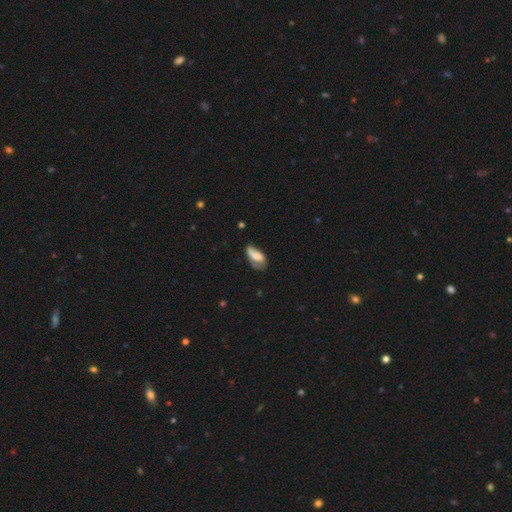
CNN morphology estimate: type=smooth (57%); roundness=in between (87%); merging=none (34%).